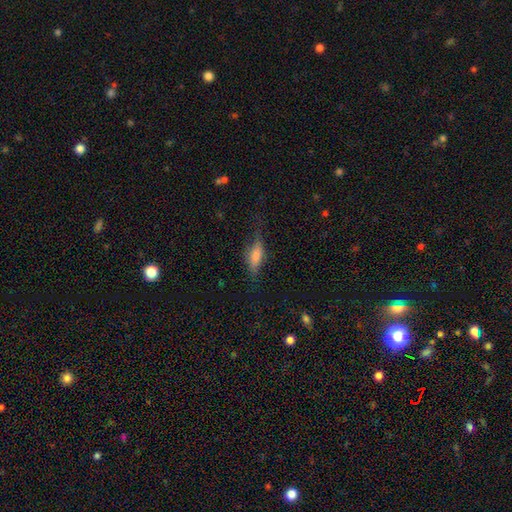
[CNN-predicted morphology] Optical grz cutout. It shows a smooth galaxy with no disk features (50%). Merging: none (66%).